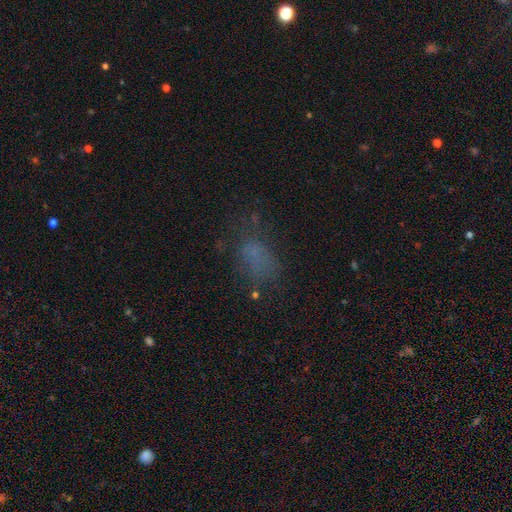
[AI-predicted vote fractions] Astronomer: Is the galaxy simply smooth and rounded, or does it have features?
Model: smooth — 60%.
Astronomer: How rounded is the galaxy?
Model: in between — 79%.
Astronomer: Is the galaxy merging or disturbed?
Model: none — 51%.